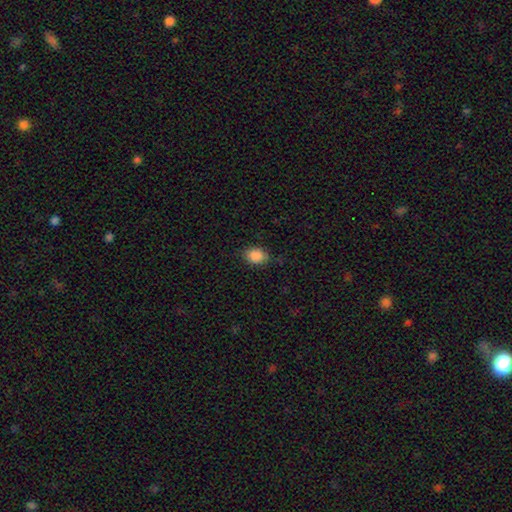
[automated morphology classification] smooth-or-featured: smooth: 87% | star or artifact: 9% | featured or disk: 4%
  how-rounded: in between: 64% | round: 35% | cigar-shaped: 1%
  merging: none: 79% | minor disturbance: 17% | major disturbance: 4% | merger: 1%